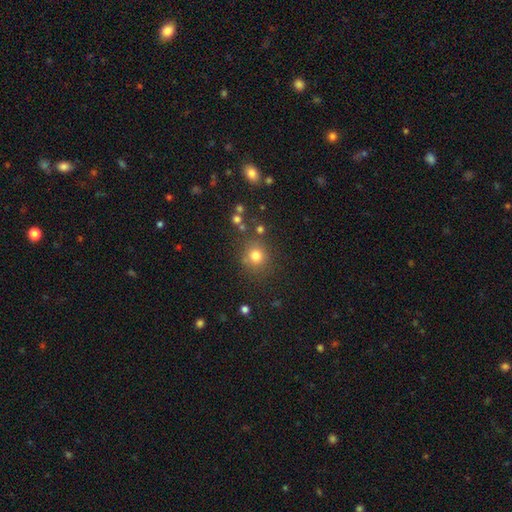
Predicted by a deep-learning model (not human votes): smooth-or-featured: smooth: 78% | star or artifact: 15% | featured or disk: 7%
  how-rounded: round: 87% | in between: 12% | cigar-shaped: 1%
  merging: none: 78% | minor disturbance: 11% | merger: 7% | major disturbance: 4%